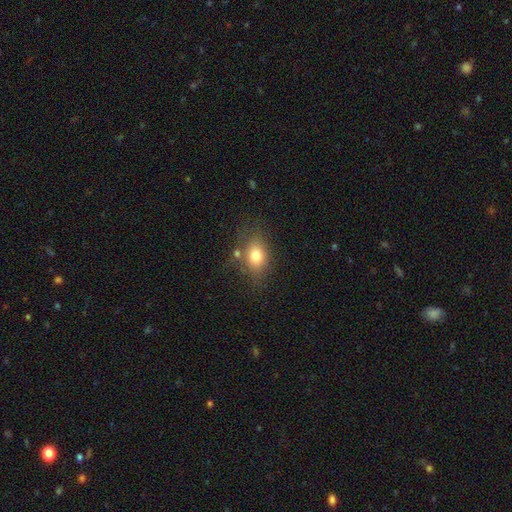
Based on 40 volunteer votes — Smooth or featured? 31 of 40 (78%) said smooth. How rounded? 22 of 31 (71%) said in between. Merging? 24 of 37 (65%) said none.